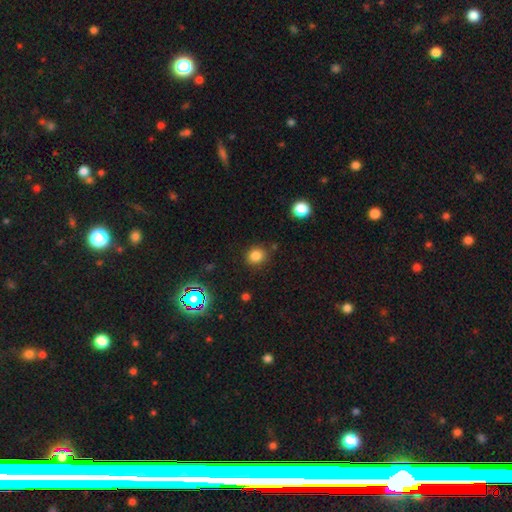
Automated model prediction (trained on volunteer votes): This appears to be a smooth galaxy with no disk features (80%) that is round (80%). Merging: none (85%).